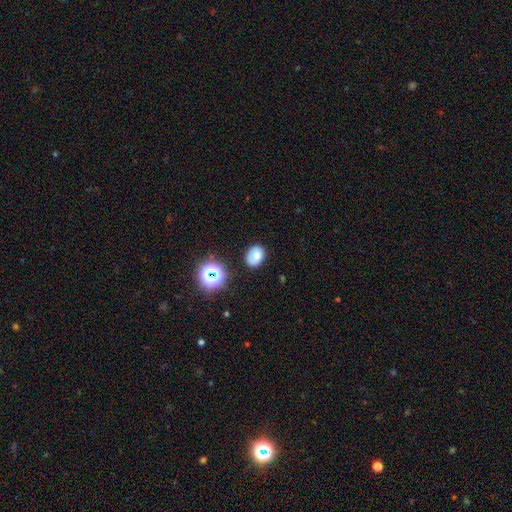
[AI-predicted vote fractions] A smooth galaxy with no disk features (73%) that is in between round and cigar-shaped (60%).

Vote fractions:
- Smooth or featured? smooth: 73% / star or artifact: 14% / featured or disk: 13%
- How rounded? in between: 60% / round: 39% / cigar-shaped: 1%
- Merging? none: 74% / minor disturbance: 18% / major disturbance: 5% / merger: 3%